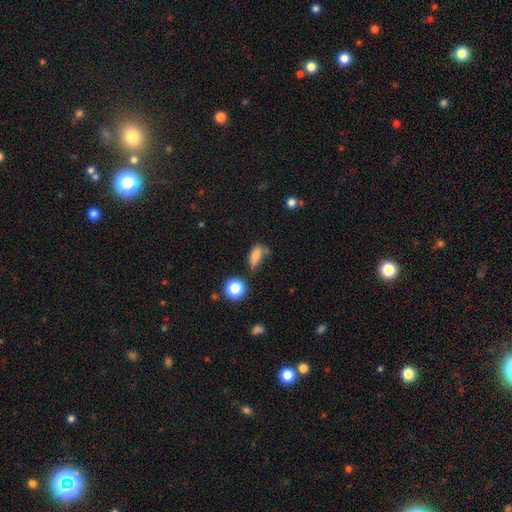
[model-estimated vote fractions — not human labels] Smooth or featured? Predicted: smooth (p=0.74). How rounded? Predicted: in between (p=0.71). Merging? Predicted: none (p=0.46).